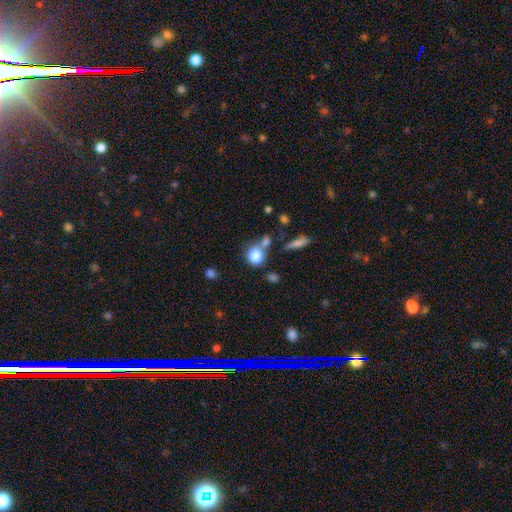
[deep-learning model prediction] This appears to be a smooth galaxy with no disk features (82%) that is round (78%). Merging: none (52%).